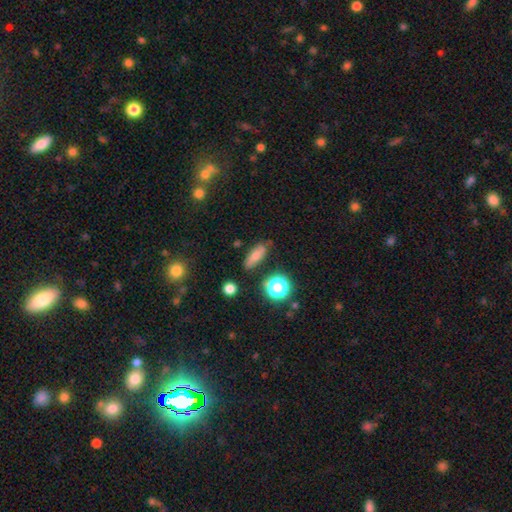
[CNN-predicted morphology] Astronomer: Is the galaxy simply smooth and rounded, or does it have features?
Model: smooth — 70%.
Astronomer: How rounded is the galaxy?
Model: in between — 59%.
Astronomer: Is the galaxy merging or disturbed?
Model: none — 77%.